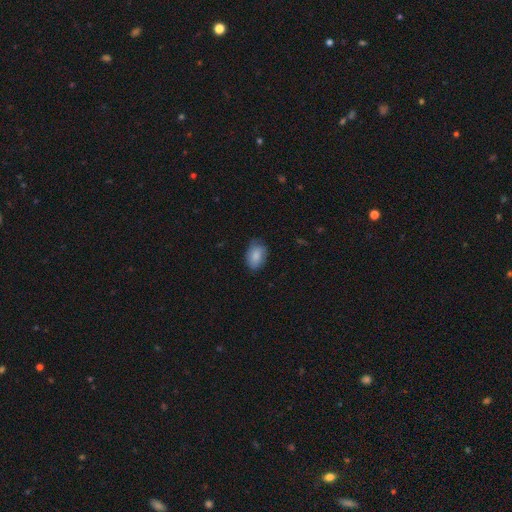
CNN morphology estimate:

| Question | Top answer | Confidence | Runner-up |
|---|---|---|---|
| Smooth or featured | smooth | 84% | featured or disk (10%) |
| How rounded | in between | 88% | round (10%) |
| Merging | none | 74% | minor disturbance (21%) |